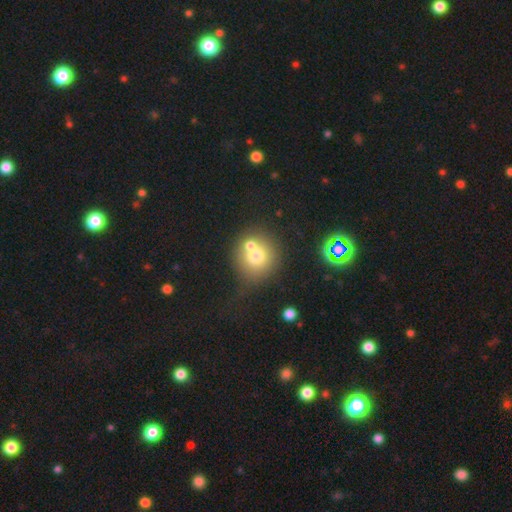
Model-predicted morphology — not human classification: Smooth or featured? smooth (68%)
How rounded? round (89%)
Merging? none (49%)